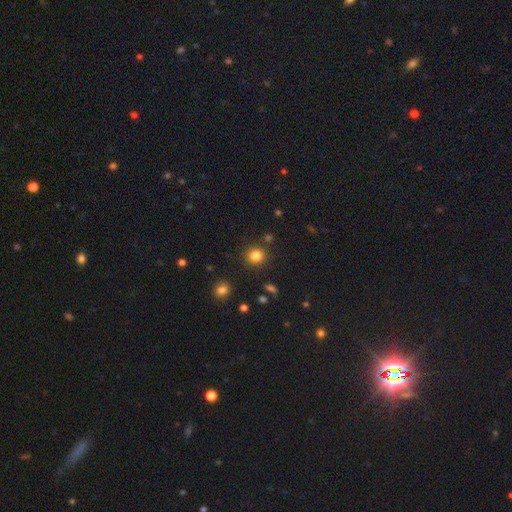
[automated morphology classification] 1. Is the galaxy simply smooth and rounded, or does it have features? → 82% smooth, 13% star or artifact, 5% featured or disk.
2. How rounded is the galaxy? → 85% round, 14% in between, 1% cigar-shaped.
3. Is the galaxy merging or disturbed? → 87% none, 7% minor disturbance, 3% merger, 2% major disturbance.